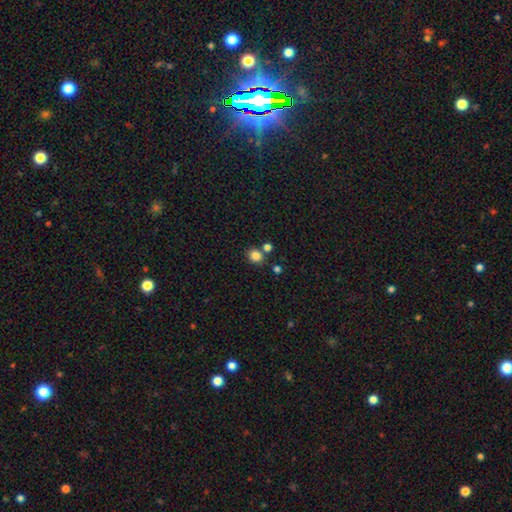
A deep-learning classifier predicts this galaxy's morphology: Overall: smooth (83%). How rounded: round (74%). Merging: none (72%).